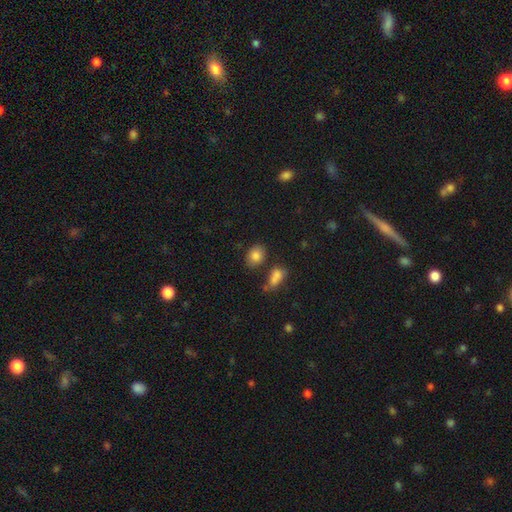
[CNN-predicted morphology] smooth-or-featured: smooth: 83% | star or artifact: 10% | featured or disk: 7%
  how-rounded: in between: 63% | round: 36% | cigar-shaped: 1%
  merging: none: 73% | minor disturbance: 13% | merger: 10% | major disturbance: 4%